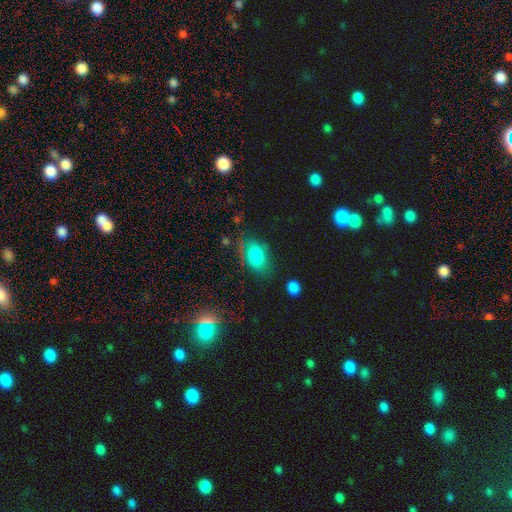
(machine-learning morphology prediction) This appears to be a smooth galaxy with no disk features (77%) that is in between round and cigar-shaped (86%). Merging: none (63%).